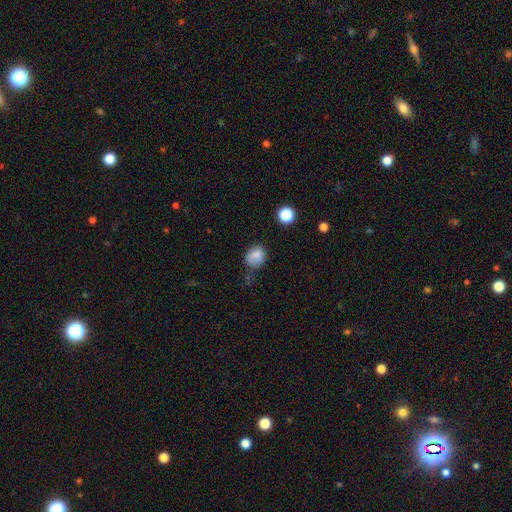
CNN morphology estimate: A smooth galaxy with no disk features (80%) that is round (57%). Merging: none (60%).